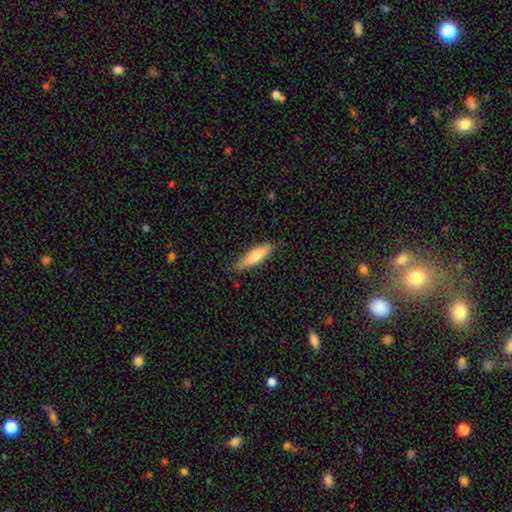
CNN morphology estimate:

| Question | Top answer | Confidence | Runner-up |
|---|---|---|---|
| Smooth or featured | smooth | 66% | featured or disk (28%) |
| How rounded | cigar-shaped | 70% | in between (28%) |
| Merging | none | 83% | minor disturbance (14%) |